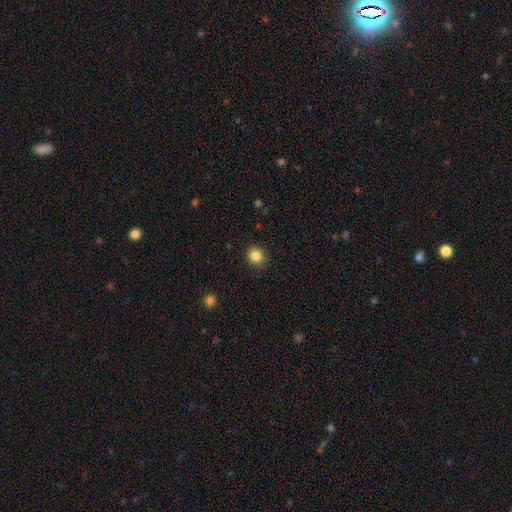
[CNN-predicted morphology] Q: Smooth or featured?
A: smooth (85%); runner-up: star or artifact (11%)
Q: How rounded?
A: round (84%); runner-up: in between (15%)
Q: Merging?
A: none (89%); runner-up: minor disturbance (8%)